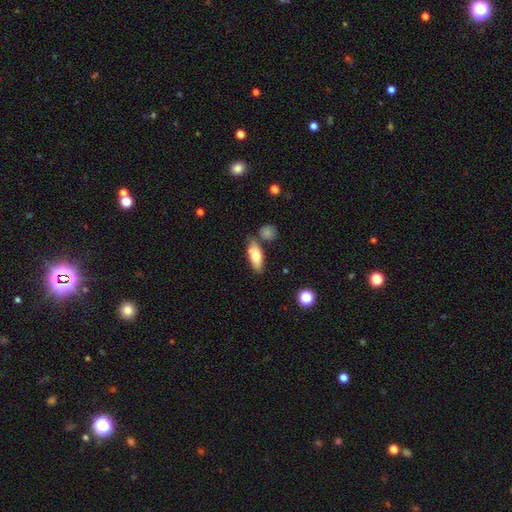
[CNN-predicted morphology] type=smooth (71%); roundness=in between (76%); merging=none (69%).